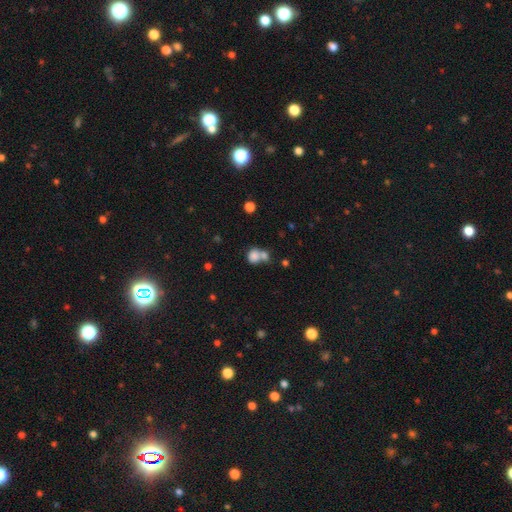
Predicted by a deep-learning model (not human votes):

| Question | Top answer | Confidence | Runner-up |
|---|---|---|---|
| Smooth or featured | smooth | 79% | star or artifact (11%) |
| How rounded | round | 68% | in between (31%) |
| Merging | merger | 54% | none (32%) |